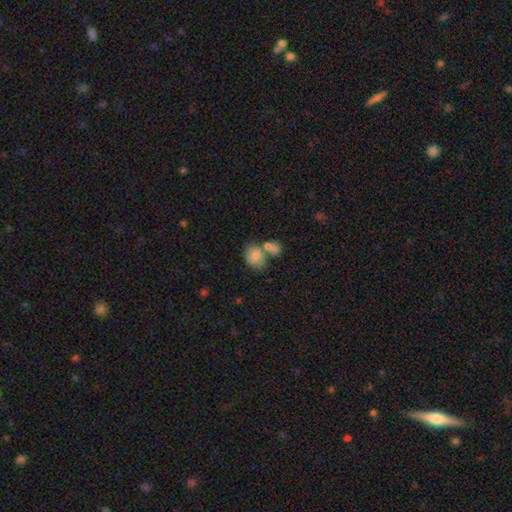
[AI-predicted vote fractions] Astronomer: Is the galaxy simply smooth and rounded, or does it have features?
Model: smooth — 76%.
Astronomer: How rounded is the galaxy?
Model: in between — 55% (runner-up: round, 44%).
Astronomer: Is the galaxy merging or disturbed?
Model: merger — 42% (runner-up: none, 32%).